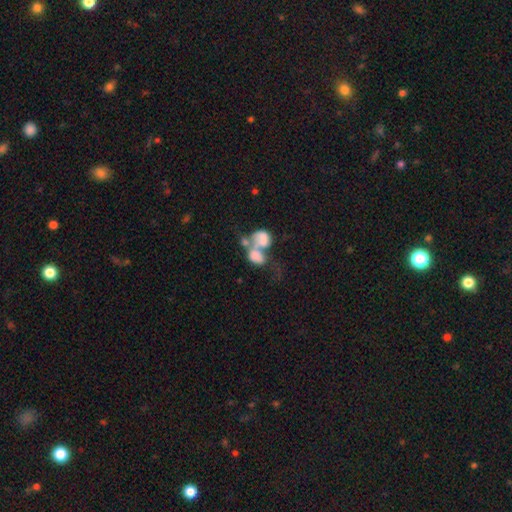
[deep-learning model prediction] Q: Smooth or featured?
A: smooth (58%); runner-up: featured or disk (32%)
Q: How rounded?
A: in between (71%); runner-up: round (27%)
Q: Merging?
A: merger (72%); runner-up: major disturbance (14%)